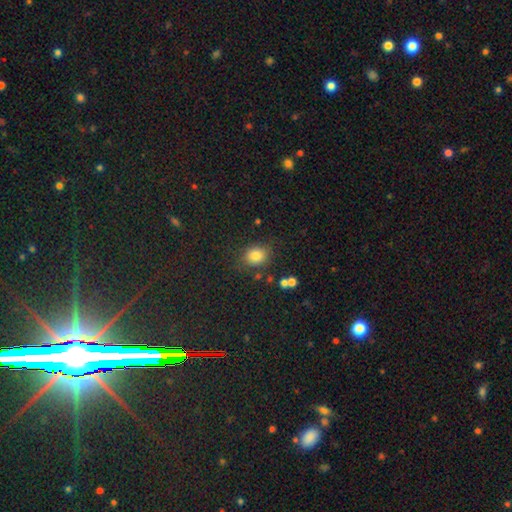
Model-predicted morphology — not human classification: Overall: smooth (79%). How rounded: round (58%; in between 41%). Merging: none (77%).